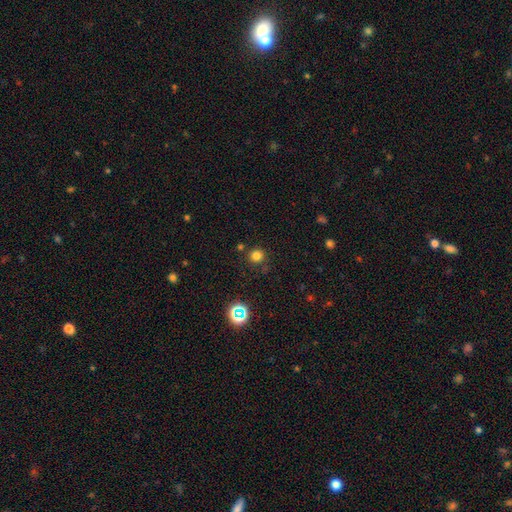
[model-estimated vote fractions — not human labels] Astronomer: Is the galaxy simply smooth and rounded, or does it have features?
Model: smooth — 76%.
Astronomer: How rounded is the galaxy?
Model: round — 93%.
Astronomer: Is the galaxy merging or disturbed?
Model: none — 81%.